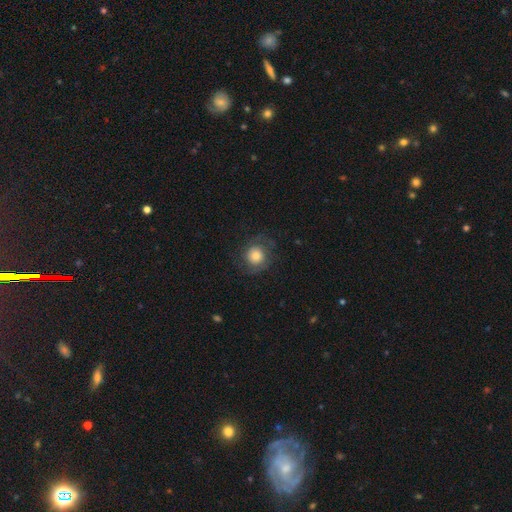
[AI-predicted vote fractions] The model was most divided on "smooth or featured": smooth: 57%, featured or disk: 34%, star or artifact: 9%. More confident: how rounded — round (87%); merging — none (72%).